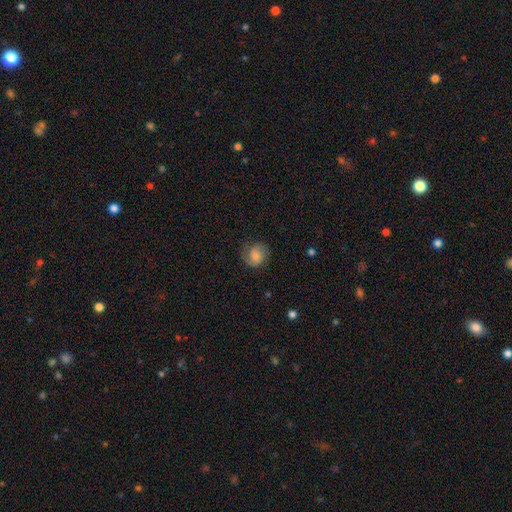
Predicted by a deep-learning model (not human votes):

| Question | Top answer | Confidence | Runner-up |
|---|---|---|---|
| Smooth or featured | smooth | 67% | featured or disk (24%) |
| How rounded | round | 78% | in between (21%) |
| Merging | none | 73% | minor disturbance (18%) |